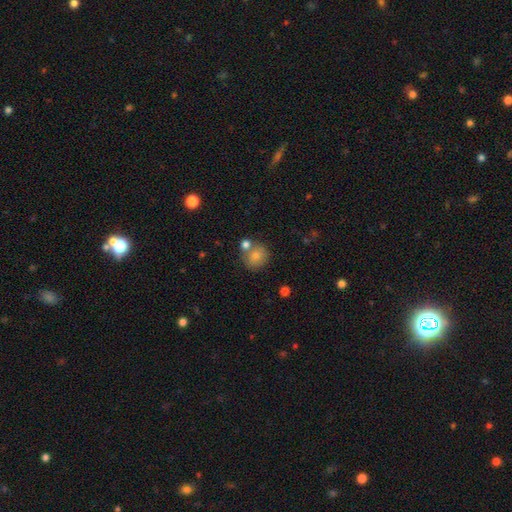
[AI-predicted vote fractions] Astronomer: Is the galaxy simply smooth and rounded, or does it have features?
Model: smooth — 81%.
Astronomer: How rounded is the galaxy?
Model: round — 81%.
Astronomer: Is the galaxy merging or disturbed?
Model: none — 61%.